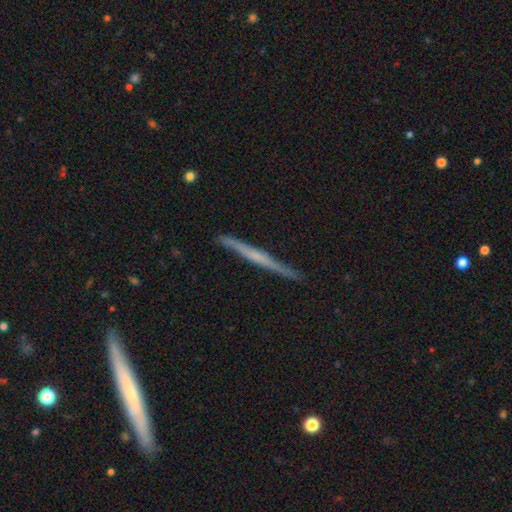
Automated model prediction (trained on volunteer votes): smooth_or_featured: featured or disk (p=0.63) [alt: smooth p=0.31]
disk_edge_on: yes (p=0.97) [alt: no p=0.03]
edge_on_bulge: none (p=0.68) [alt: rounded p=0.22]
merging: none (p=0.89) [alt: minor disturbance p=0.08]